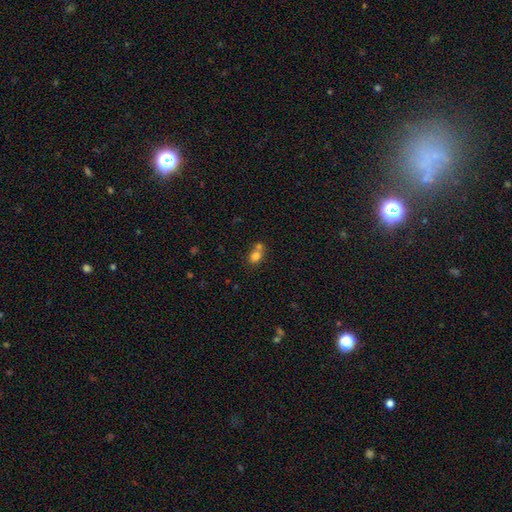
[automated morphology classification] This is likely a smooth galaxy (78%). How rounded: possibly in between (56%). Merging: possibly merger (50%).